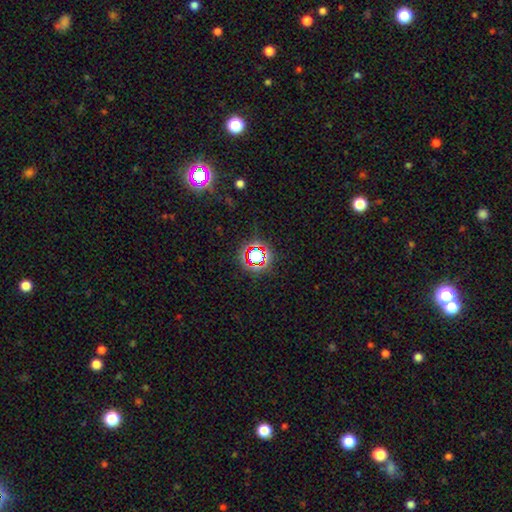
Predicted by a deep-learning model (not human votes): A star or artifact, not a galaxy (69%).

Vote fractions:
- Smooth or featured? star or artifact: 69% / smooth: 20% / featured or disk: 11%